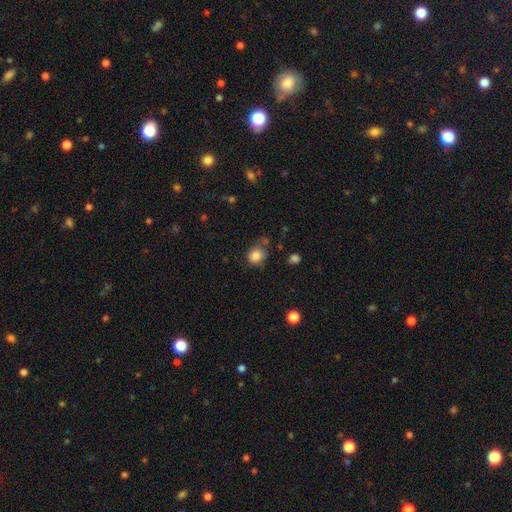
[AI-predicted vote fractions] This appears to be a smooth galaxy with no disk features (84%) that is round (72%). Merging: none (62%).